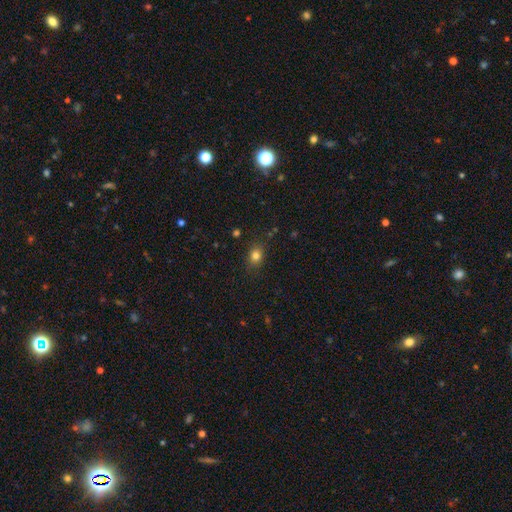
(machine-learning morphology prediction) This appears to be a smooth galaxy with no disk features (80%) that is in between round and cigar-shaped (51%). Merging: none (84%).